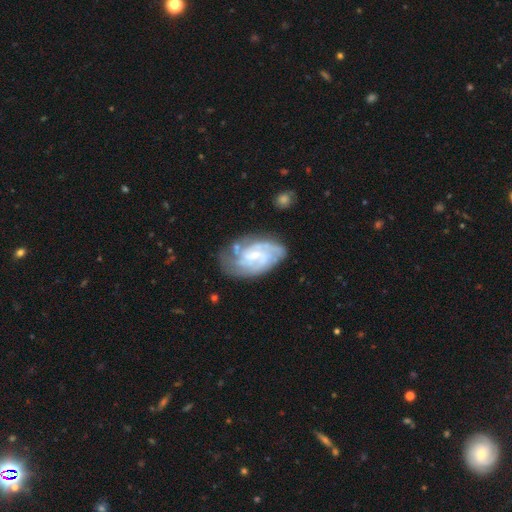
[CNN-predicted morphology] type=featured or disk (81%); edge-on=no (97%); bar=weak (48%); spiral arms=yes (93%); winding=tight (56%); arm count=can't tell (33%); bulge=small (53%); merging=none (63%).